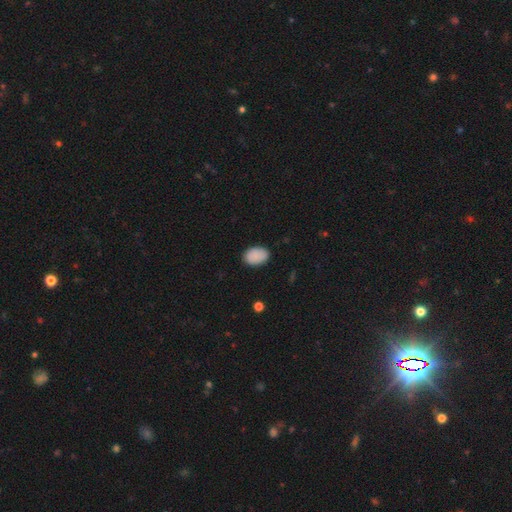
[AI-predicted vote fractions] Smooth or featured? smooth (89%)
How rounded? in between (84%)
Merging? none (85%)